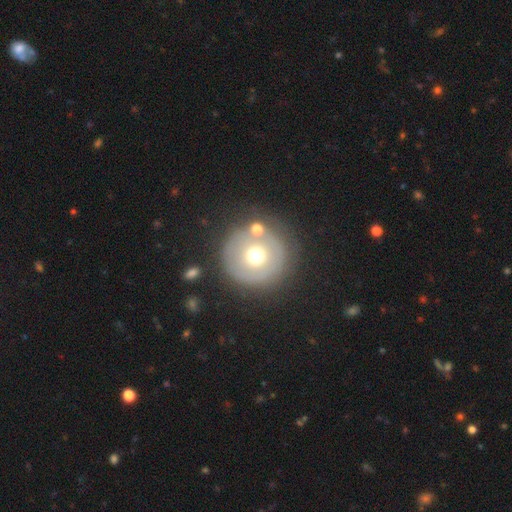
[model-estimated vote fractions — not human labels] Morphology: type=smooth (54%); roundness=round (94%); merging=none (73%).